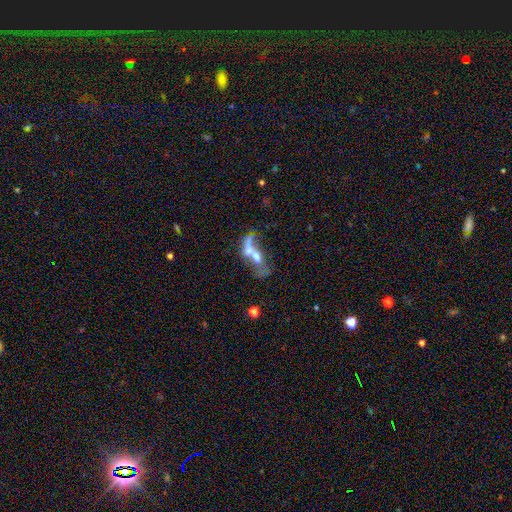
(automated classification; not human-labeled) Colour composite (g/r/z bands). It shows a featured or disk galaxy (52%). Merging: merger (61%).